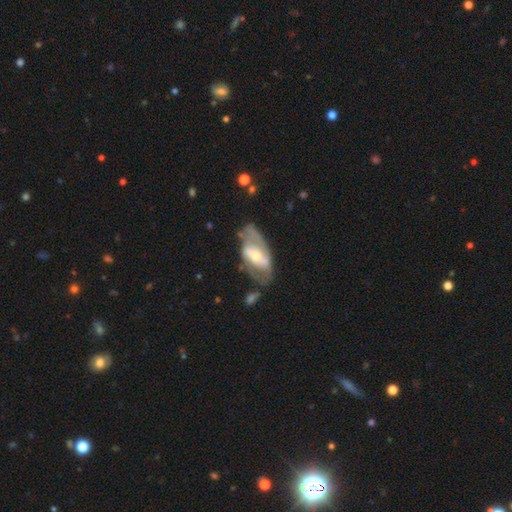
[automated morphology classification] type=featured or disk (70%); edge-on=no (92%); bar=no (35%); spiral arms=yes (60%); bulge=moderate (51%); merging=none (53%).